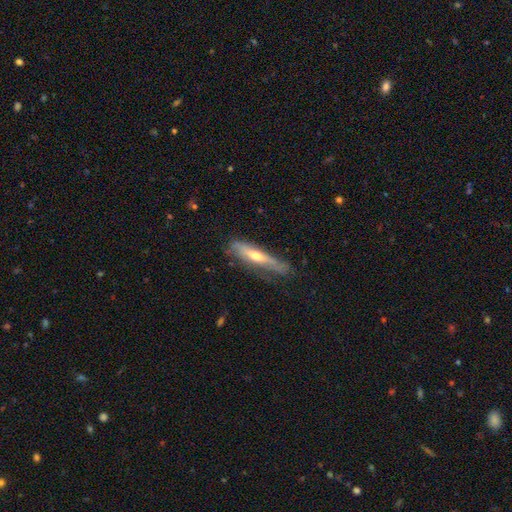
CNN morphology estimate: Smooth or featured? Predicted: featured or disk (p=0.57). Edge-on disk? Predicted: yes (p=0.78). Merging? Predicted: none (p=0.59).